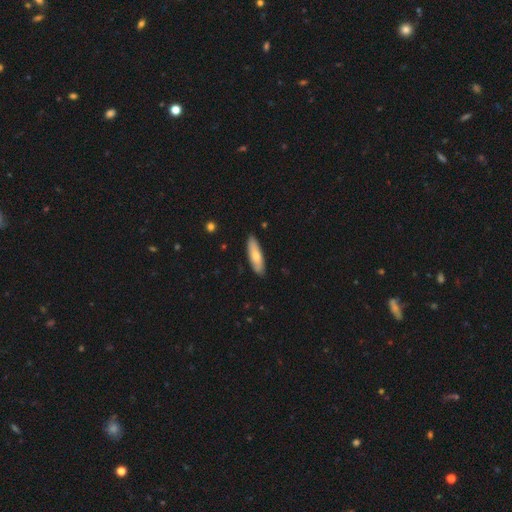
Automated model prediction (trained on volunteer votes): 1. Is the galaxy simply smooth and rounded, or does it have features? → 68% smooth, 27% featured or disk, 5% star or artifact.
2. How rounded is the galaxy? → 54% cigar-shaped, 44% in between, 2% round.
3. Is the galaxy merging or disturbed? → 87% none, 10% minor disturbance, 2% major disturbance, 1% merger.